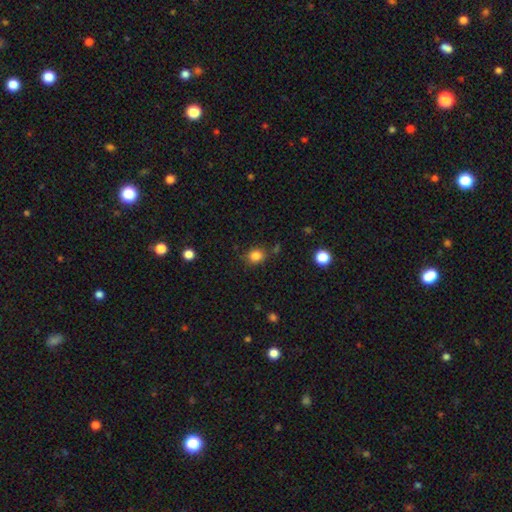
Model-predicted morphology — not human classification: Smooth or featured? smooth (83%)
How rounded? round (72%)
Merging? none (76%)